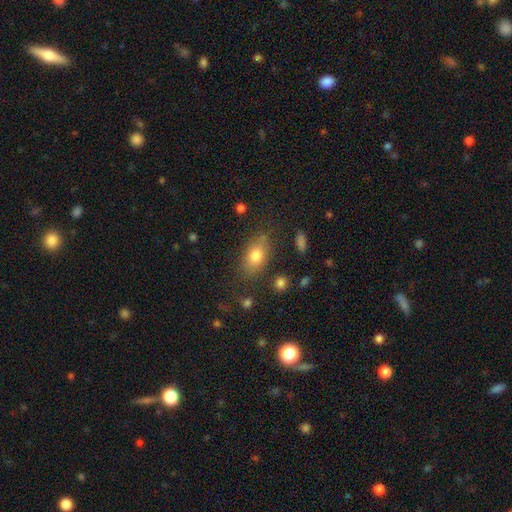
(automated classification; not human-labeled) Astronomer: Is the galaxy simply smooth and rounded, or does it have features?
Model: smooth — 77%.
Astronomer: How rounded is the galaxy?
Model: in between — 82%.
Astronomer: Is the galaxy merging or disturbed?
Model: none — 74%.